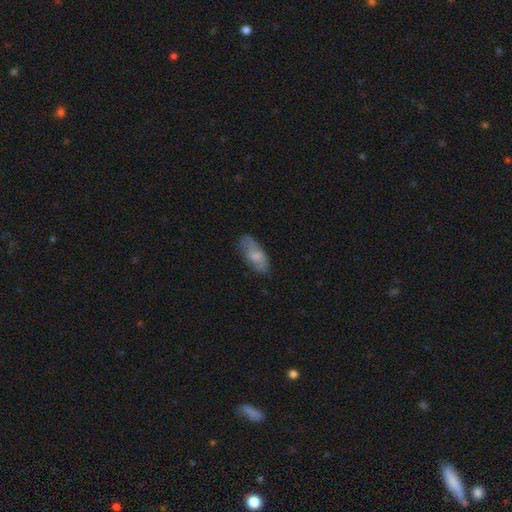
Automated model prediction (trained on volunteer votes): Smooth or featured? Predicted: smooth (p=0.61). How rounded? Predicted: in between (p=0.85). Merging? Predicted: none (p=0.66).